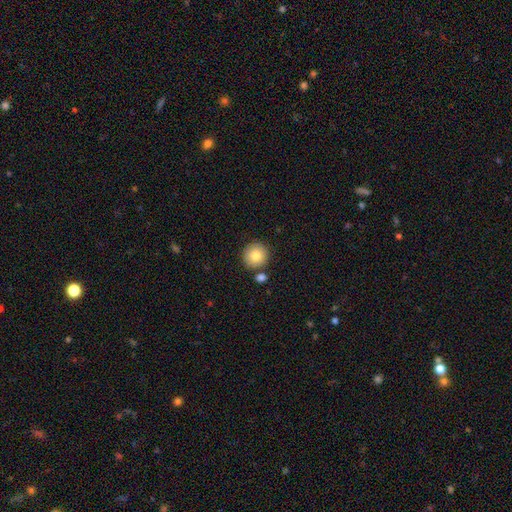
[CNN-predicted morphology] This is clearly a smooth galaxy (83%). How rounded: clearly round (94%). Merging: clearly none (81%).